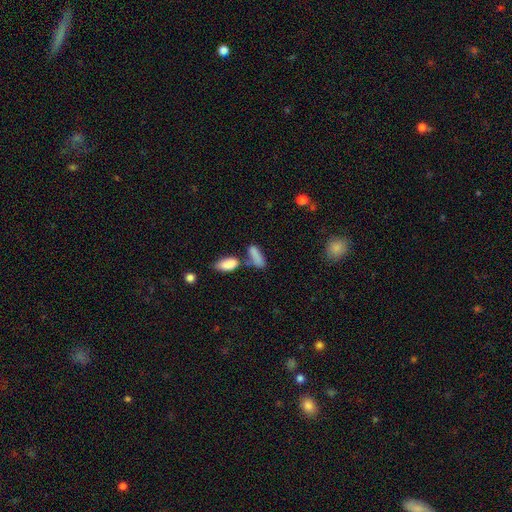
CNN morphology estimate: smooth_or_featured: smooth (p=0.82) [alt: featured or disk p=0.09]
how_rounded: in between (p=0.69) [alt: cigar-shaped p=0.28]
merging: none (p=0.39) [alt: merger p=0.38]